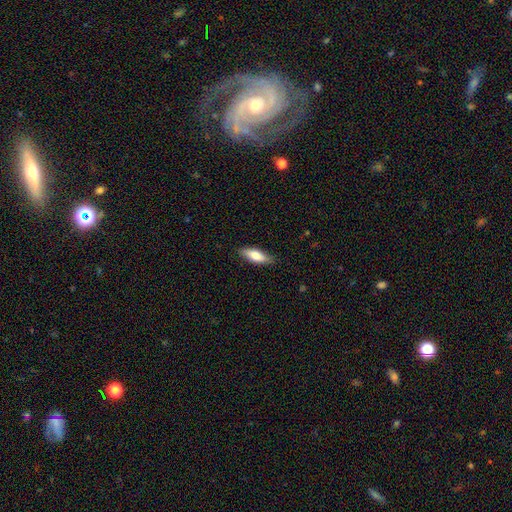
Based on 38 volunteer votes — Smooth or featured: smooth — 76% (featured or disk — 18%)
How rounded: in between — 59% (cigar-shaped — 41%)
Merging: none — 89% (minor disturbance — 11%)